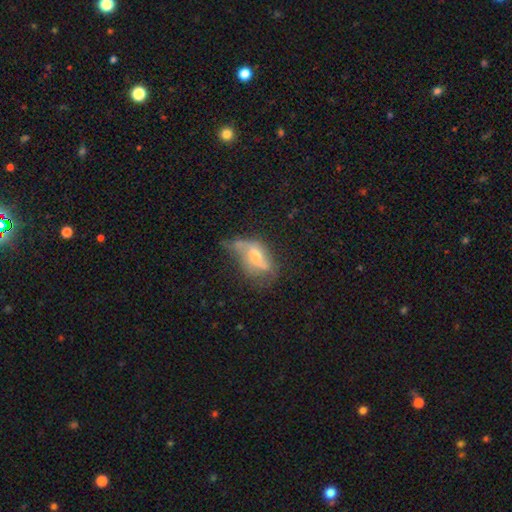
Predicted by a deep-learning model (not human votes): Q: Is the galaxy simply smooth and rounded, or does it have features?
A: featured or disk — 55%.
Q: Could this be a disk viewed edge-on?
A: no — 83%.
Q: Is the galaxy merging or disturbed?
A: minor disturbance — 32%.